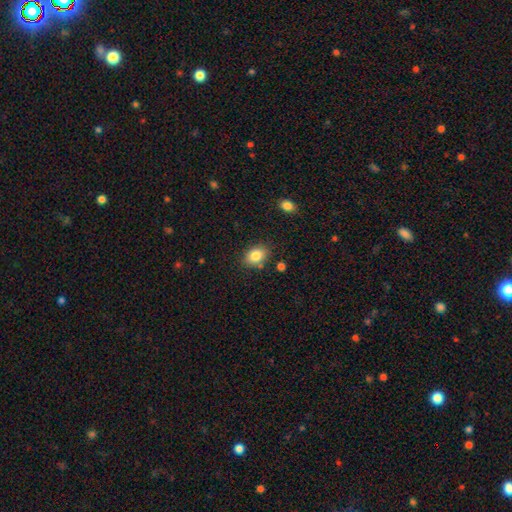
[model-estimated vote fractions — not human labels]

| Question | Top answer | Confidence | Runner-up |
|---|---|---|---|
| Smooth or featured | smooth | 84% | star or artifact (9%) |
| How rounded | in between | 70% | round (29%) |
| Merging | none | 80% | minor disturbance (13%) |